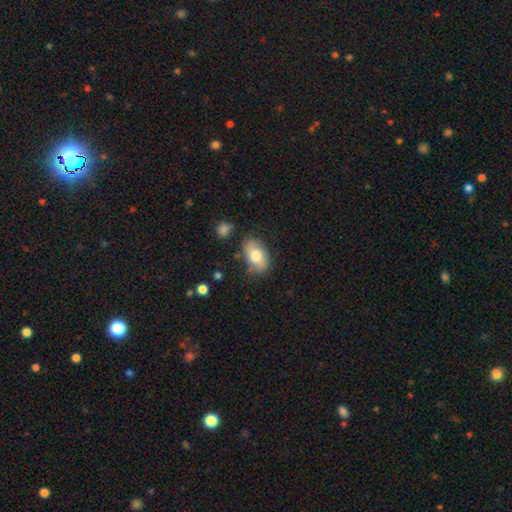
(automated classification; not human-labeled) smooth-or-featured: smooth: 69% | featured or disk: 24% | star or artifact: 7%
  how-rounded: in between: 91% | round: 8% | cigar-shaped: 2%
  merging: none: 67% | minor disturbance: 23% | major disturbance: 6% | merger: 4%